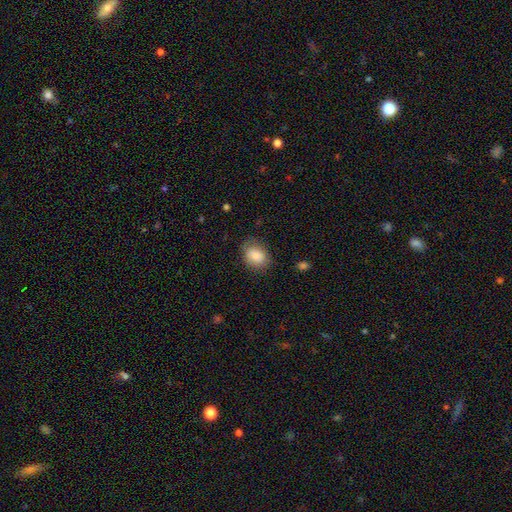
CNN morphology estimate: smooth 86%, star or artifact 8%, featured or disk 7%. Down the decision tree: how rounded — in between (61%); merging — none (74%).